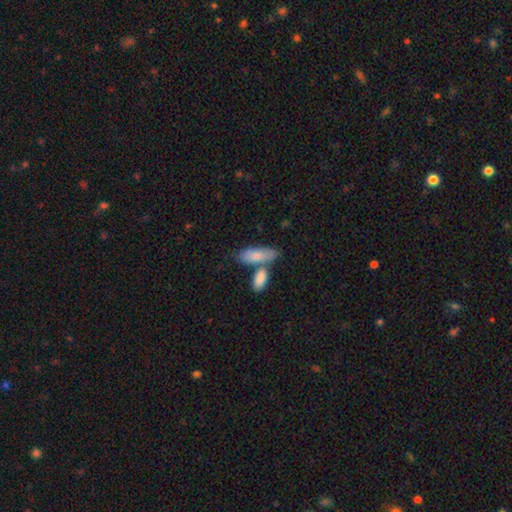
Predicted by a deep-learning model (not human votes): smooth 78%, featured or disk 17%, star or artifact 5%. Down the decision tree: how rounded — in between (73%); merging — none (49%).